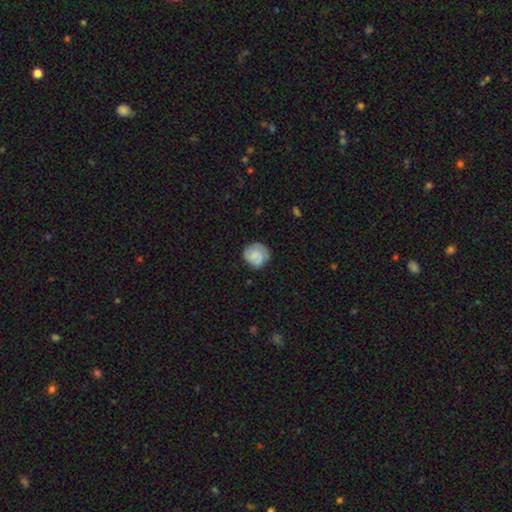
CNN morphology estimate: smooth_or_featured: smooth (p=0.59) [alt: featured or disk p=0.33]
how_rounded: round (p=0.84) [alt: in between p=0.15]
merging: none (p=0.72) [alt: minor disturbance p=0.20]